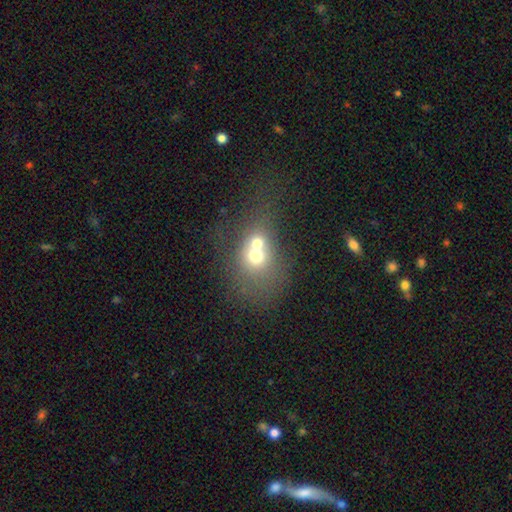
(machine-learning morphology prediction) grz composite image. It shows a smooth galaxy with no disk features (61%) that is round (65%). Merging: merger (72%).